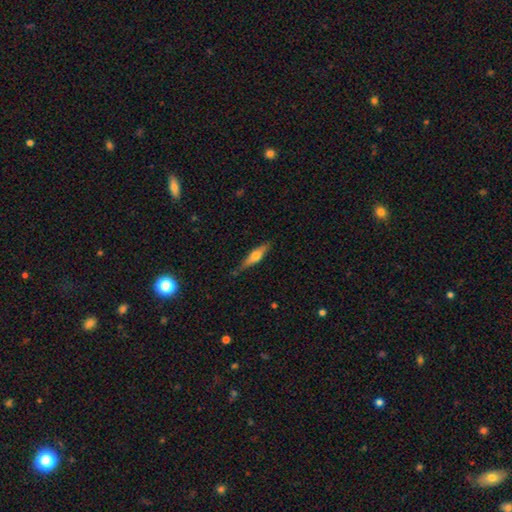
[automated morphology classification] Smooth or featured: smooth — 47% (tied with featured or disk — 47%)
Merging: none — 77% (minor disturbance — 18%)